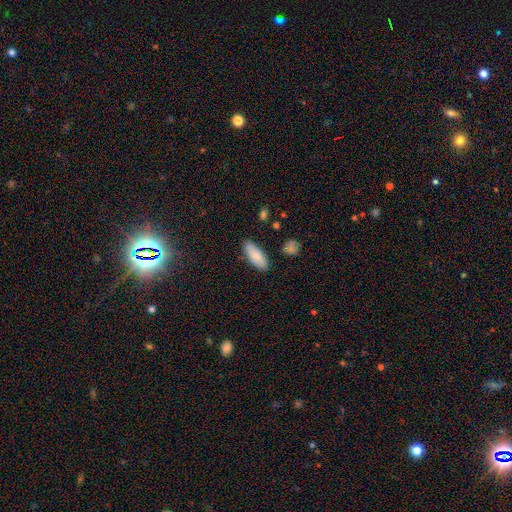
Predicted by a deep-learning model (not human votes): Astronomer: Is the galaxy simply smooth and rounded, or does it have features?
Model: smooth — 80%.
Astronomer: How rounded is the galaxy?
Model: in between — 77%.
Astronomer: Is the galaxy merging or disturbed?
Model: none — 82%.